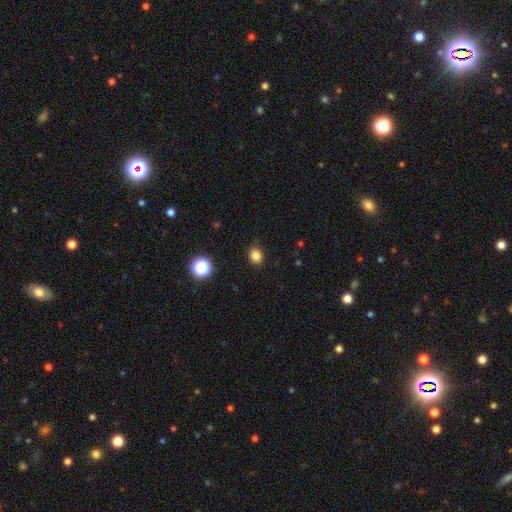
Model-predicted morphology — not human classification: A smooth galaxy with no disk features (83%) that is round (51%).

Vote fractions:
- Smooth or featured? smooth: 83% / star or artifact: 13% / featured or disk: 4%
- How rounded? round: 51% / in between: 48% / cigar-shaped: 1%
- Merging? none: 85% / minor disturbance: 11% / major disturbance: 3% / merger: 1%